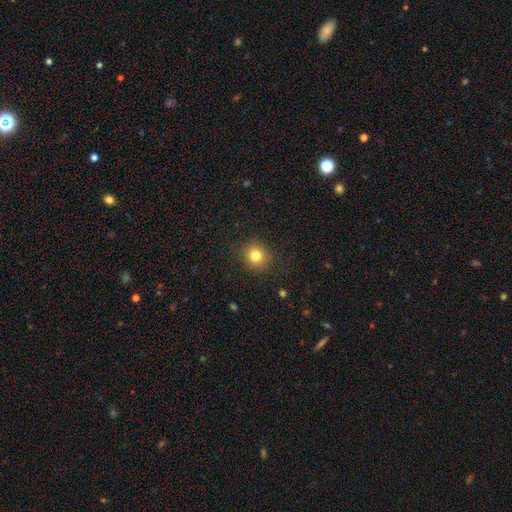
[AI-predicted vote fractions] Smooth or featured?
  - smooth: 81% *
  - star or artifact: 12%
  - featured or disk: 7%
How rounded?
  - round: 87% *
  - in between: 13%
  - cigar-shaped: 1%
Merging?
  - none: 89% *
  - minor disturbance: 7%
  - major disturbance: 3%
  - merger: 1%